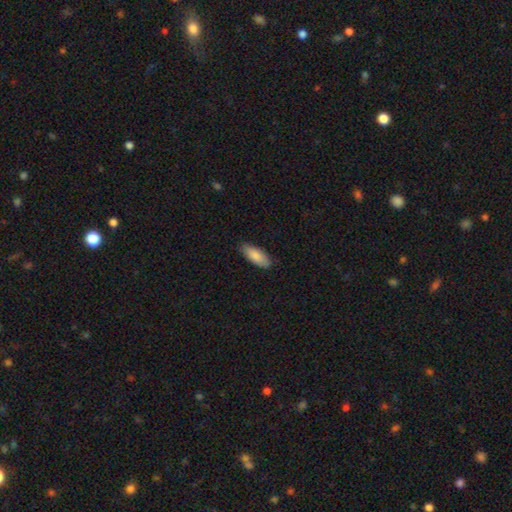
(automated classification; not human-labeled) smooth_or_featured: smooth (p=0.86) [alt: featured or disk p=0.08]
how_rounded: in between (p=0.80) [alt: cigar-shaped p=0.18]
merging: none (p=0.85) [alt: minor disturbance p=0.12]